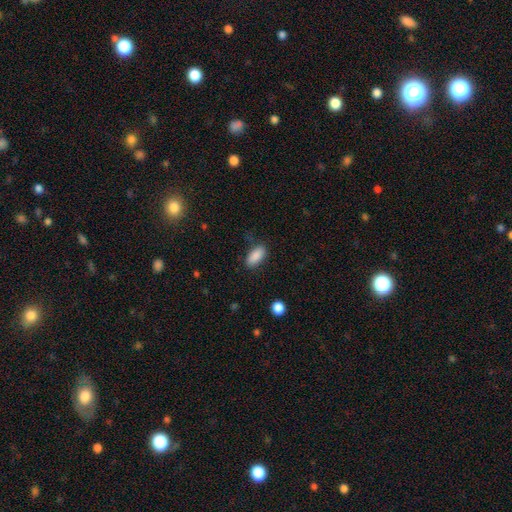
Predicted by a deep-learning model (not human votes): smooth 88%, star or artifact 7%, featured or disk 4%. Down the decision tree: how rounded — in between (89%); merging — none (81%).